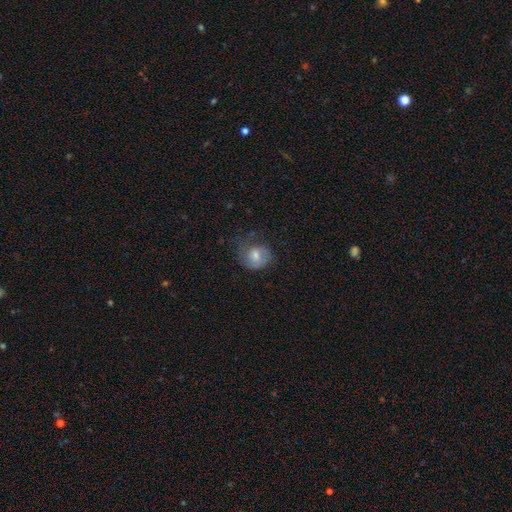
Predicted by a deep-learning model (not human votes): The model was most divided on "smooth or featured": smooth: 53%, featured or disk: 39%, star or artifact: 8%. Remaining: how rounded — round (66%); merging — none (45%).